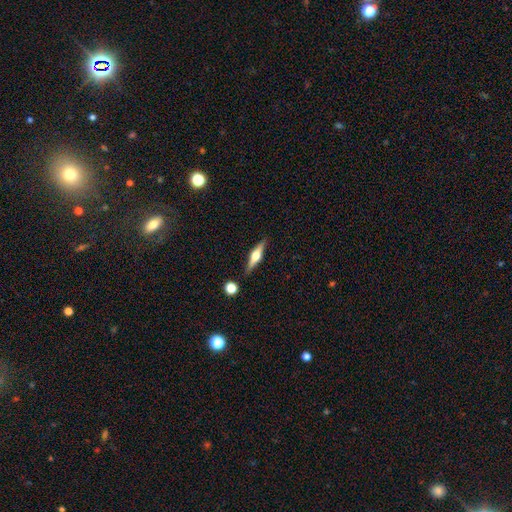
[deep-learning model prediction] Smooth or featured: featured or disk — 68% (smooth — 25%)
Edge-on disk: yes — 97% (no — 3%)
Edge-on bulge: rounded — 94% (boxy — 4%)
Merging: none — 87% (minor disturbance — 8%)